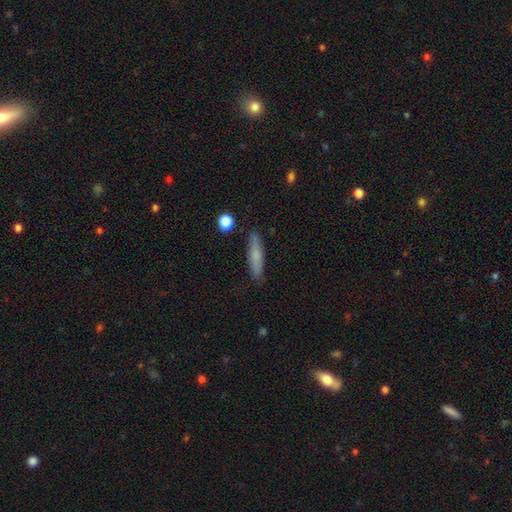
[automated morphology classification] Overall: smooth (71%). How rounded: cigar-shaped (83%). Merging: none (87%).